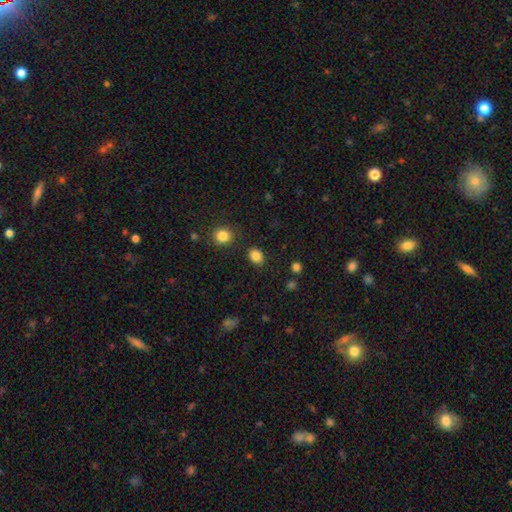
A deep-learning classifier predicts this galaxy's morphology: Overall: smooth (85%). How rounded: in between (56%; round 43%). Merging: none (84%).